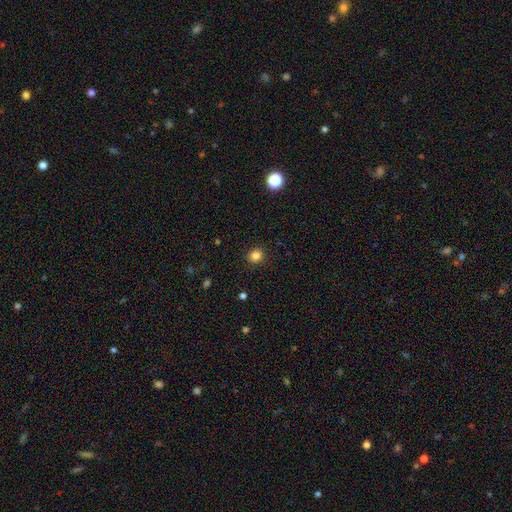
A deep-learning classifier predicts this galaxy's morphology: smooth_or_featured: smooth (p=0.84) [alt: star or artifact p=0.12]
how_rounded: round (p=0.84) [alt: in between p=0.15]
merging: none (p=0.91) [alt: minor disturbance p=0.06]